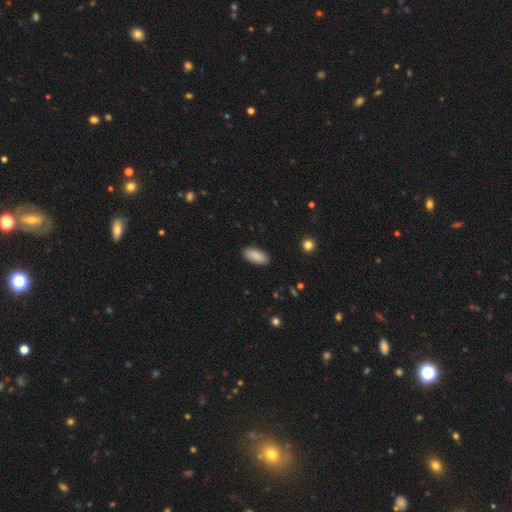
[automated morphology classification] This appears to be a smooth galaxy with no disk features (89%) that is in between round and cigar-shaped (89%). Merging: none (89%).